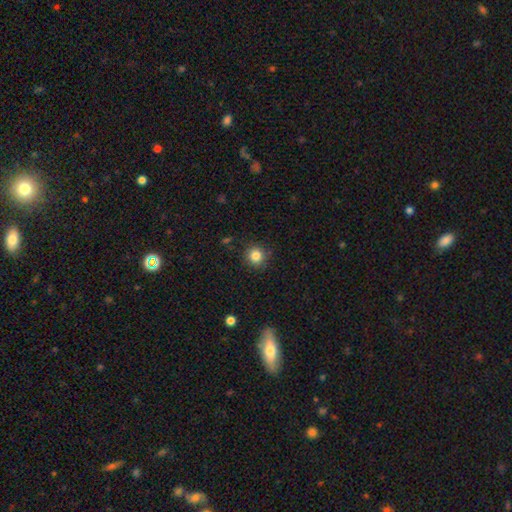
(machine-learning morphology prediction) This appears to be a smooth galaxy with no disk features (84%) that is round (92%). Merging: none (89%).